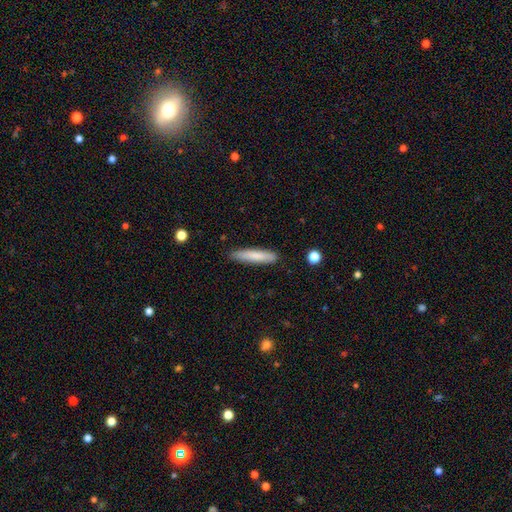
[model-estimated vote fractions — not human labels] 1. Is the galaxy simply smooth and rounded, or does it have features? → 80% smooth, 15% featured or disk, 6% star or artifact.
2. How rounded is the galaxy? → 87% cigar-shaped, 11% in between, 1% round.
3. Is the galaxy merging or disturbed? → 86% none, 11% minor disturbance, 2% major disturbance, 1% merger.